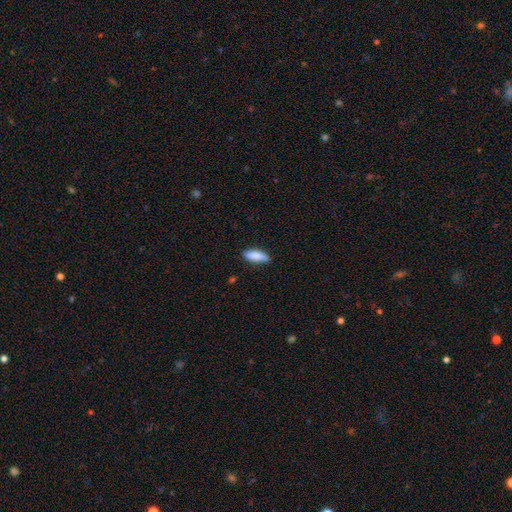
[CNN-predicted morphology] smooth-or-featured: smooth: 87% | featured or disk: 7% | star or artifact: 6%
  how-rounded: in between: 58% | cigar-shaped: 41% | round: 2%
  merging: none: 80% | minor disturbance: 16% | major disturbance: 3% | merger: 1%